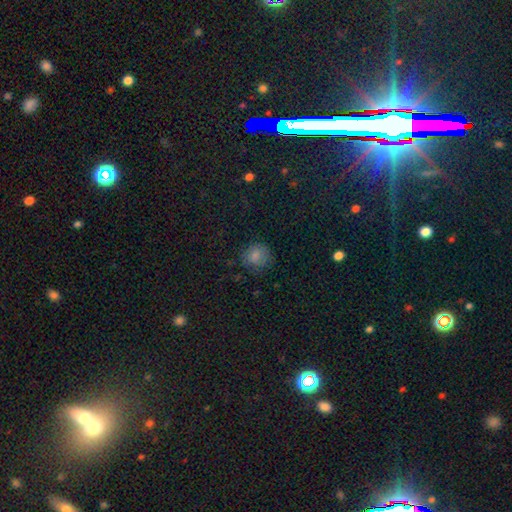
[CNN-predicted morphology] smooth 81%, star or artifact 12%, featured or disk 7%. Down the decision tree: how rounded — round (85%); merging — none (76%).